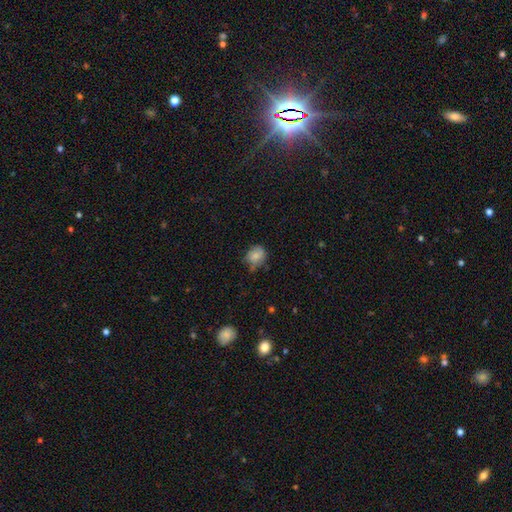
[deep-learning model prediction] The model was most divided on "merging": none: 60%, minor disturbance: 29%, major disturbance: 7%, merger: 3%. More confident: smooth or featured — smooth (78%); how rounded — round (68%).